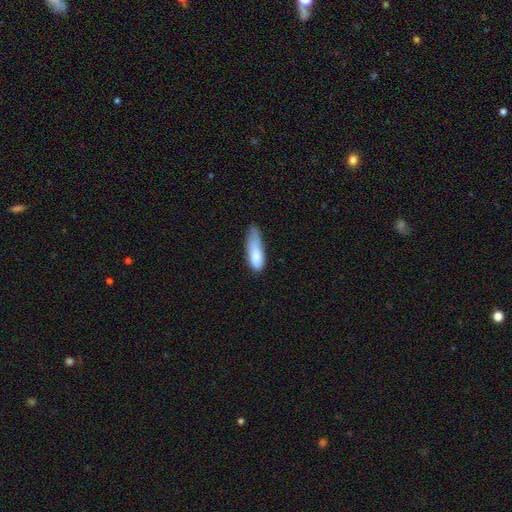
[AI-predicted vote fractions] This is clearly a smooth galaxy (82%). How rounded: possibly in between (50%). Merging: possibly minor disturbance (48%).